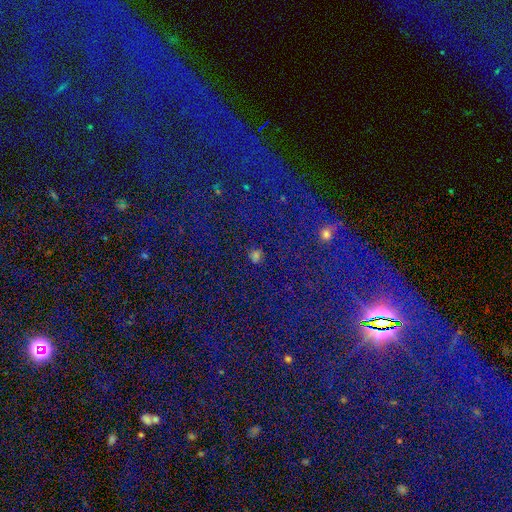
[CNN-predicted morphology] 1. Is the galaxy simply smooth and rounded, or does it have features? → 58% smooth, 35% star or artifact, 7% featured or disk.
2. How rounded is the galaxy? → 77% round, 22% in between, 2% cigar-shaped.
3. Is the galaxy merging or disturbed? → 78% none, 11% minor disturbance, 7% merger, 5% major disturbance.